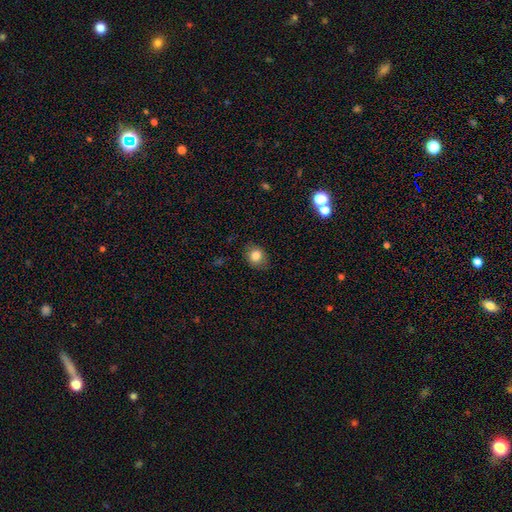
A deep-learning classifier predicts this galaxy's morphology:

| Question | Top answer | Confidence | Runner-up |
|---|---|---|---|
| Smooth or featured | smooth | 82% | star or artifact (10%) |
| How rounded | round | 59% | in between (40%) |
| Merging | none | 82% | minor disturbance (13%) |